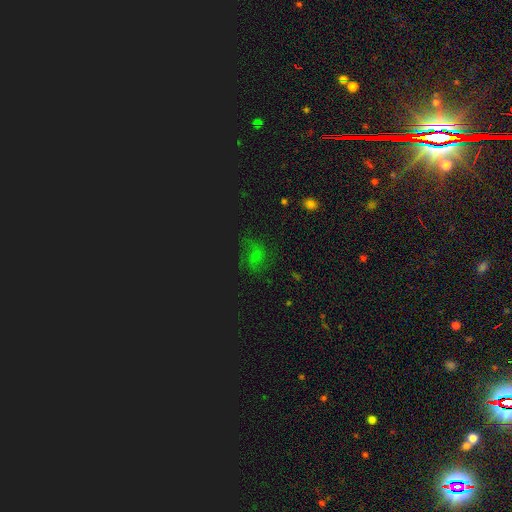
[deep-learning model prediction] This appears to be a star or artifact, not a galaxy (50%).